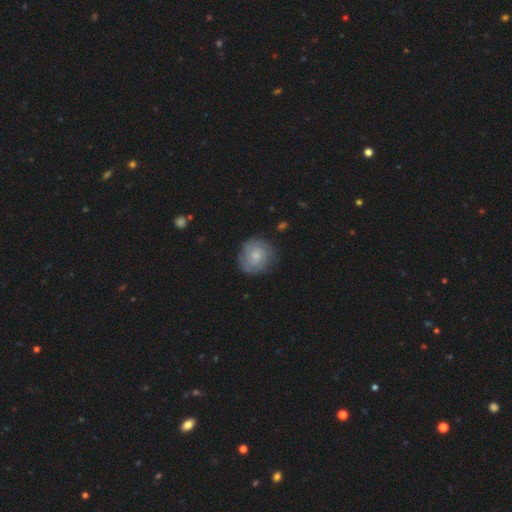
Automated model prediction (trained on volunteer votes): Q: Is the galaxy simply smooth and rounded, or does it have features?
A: featured or disk — 64%.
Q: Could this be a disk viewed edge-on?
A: no — 98%.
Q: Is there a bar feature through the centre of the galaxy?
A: no — 70%.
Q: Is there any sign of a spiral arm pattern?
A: yes — 91%.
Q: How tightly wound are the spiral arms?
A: tight — 71%.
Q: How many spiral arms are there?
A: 2 — 41%.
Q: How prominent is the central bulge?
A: small — 49%.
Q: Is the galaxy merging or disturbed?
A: none — 79%.